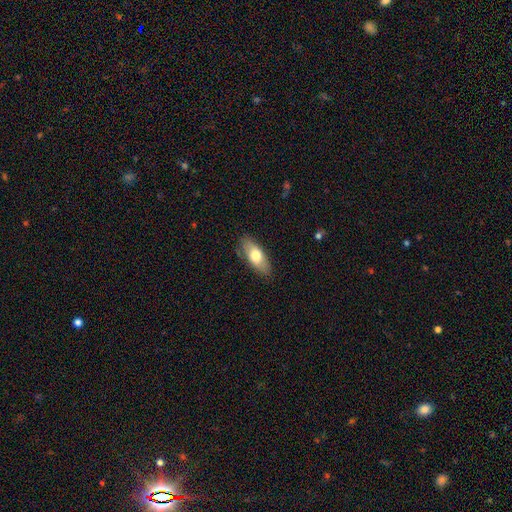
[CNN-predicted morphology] smooth 68%, featured or disk 26%, star or artifact 6%. Down the decision tree: how rounded — in between (79%); merging — none (84%).